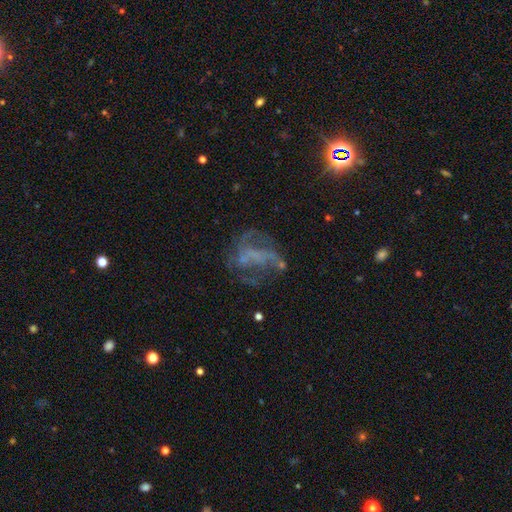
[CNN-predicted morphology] Smooth or featured? featured or disk (61%)
Edge-on disk? no (97%)
Bar? no (67%)
Spiral arms? no (52%)
Bulge size? none (72%)
Merging? none (46%)